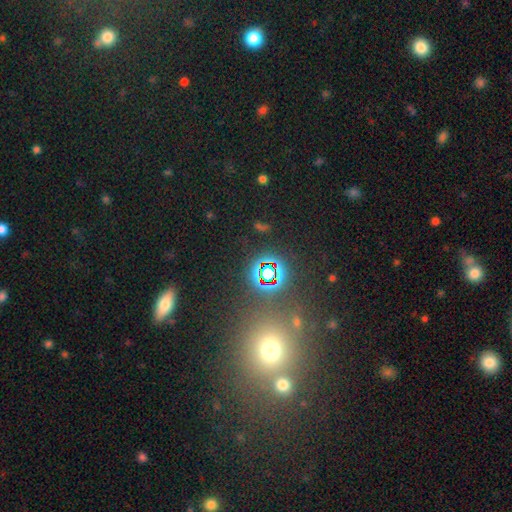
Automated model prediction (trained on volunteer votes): This appears to be a star or artifact, not a galaxy (48%).